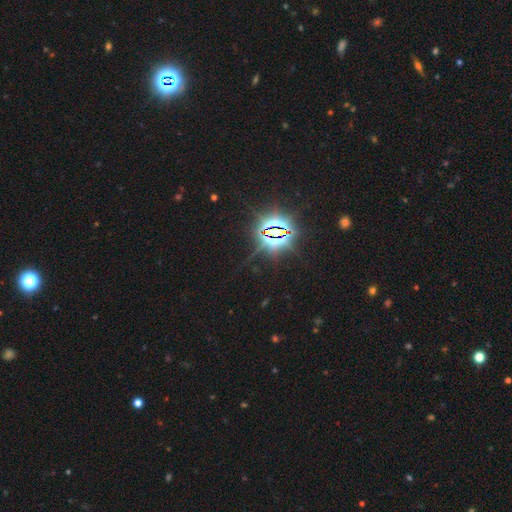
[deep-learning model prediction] Smooth or featured? Predicted: star or artifact (p=0.85).